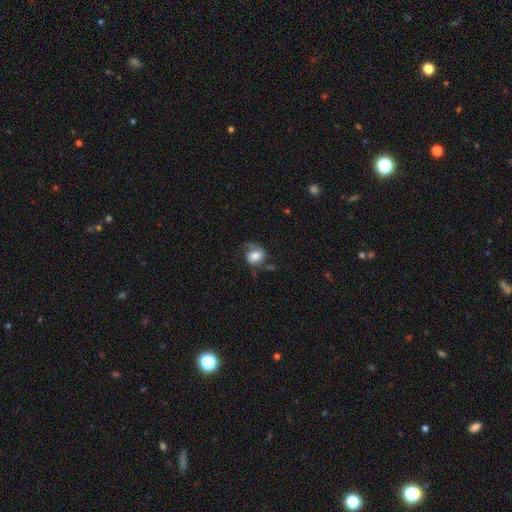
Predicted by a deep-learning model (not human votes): Overall: smooth (54%; featured or disk 37%). How rounded: in between (53%; round 46%). Merging: none (43%; major disturbance 27%).